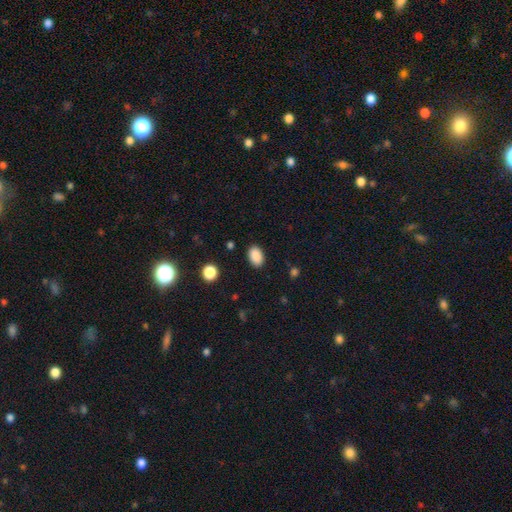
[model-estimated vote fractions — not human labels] smooth-or-featured: smooth: 89% | star or artifact: 8% | featured or disk: 3%
  how-rounded: in between: 88% | round: 11% | cigar-shaped: 1%
  merging: none: 88% | minor disturbance: 9% | major disturbance: 2% | merger: 1%